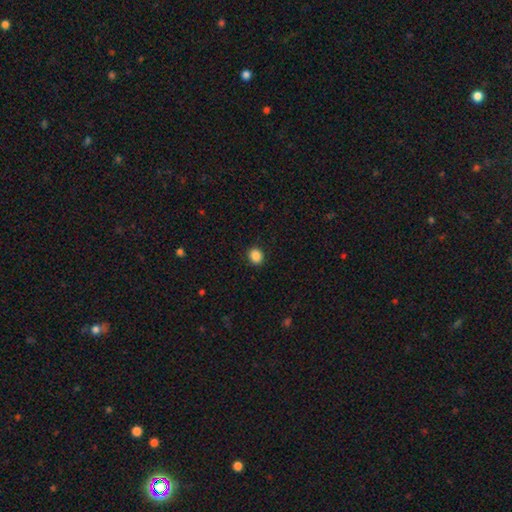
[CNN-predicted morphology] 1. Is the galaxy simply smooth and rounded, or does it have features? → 88% smooth, 9% star or artifact, 3% featured or disk.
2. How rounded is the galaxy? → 69% round, 30% in between, 1% cigar-shaped.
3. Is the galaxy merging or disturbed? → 91% none, 6% minor disturbance, 2% major disturbance, 1% merger.